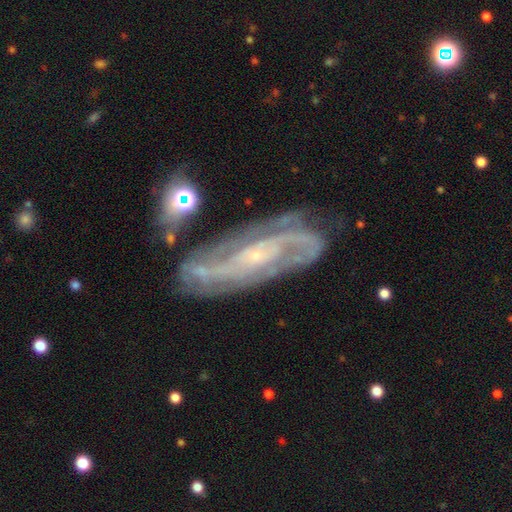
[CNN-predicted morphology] Smooth or featured: featured or disk — 88% (smooth — 6%)
Edge-on disk: no — 92% (yes — 8%)
Bar: no — 53% (weak — 31%)
Spiral arms: yes — 96% (no — 4%)
Spiral winding: medium — 43% (tight — 41%)
Spiral arm count: 2 — 58% (can't tell — 17%)
Bulge size: small — 84% (moderate — 10%)
Merging: none — 66% (minor disturbance — 20%)